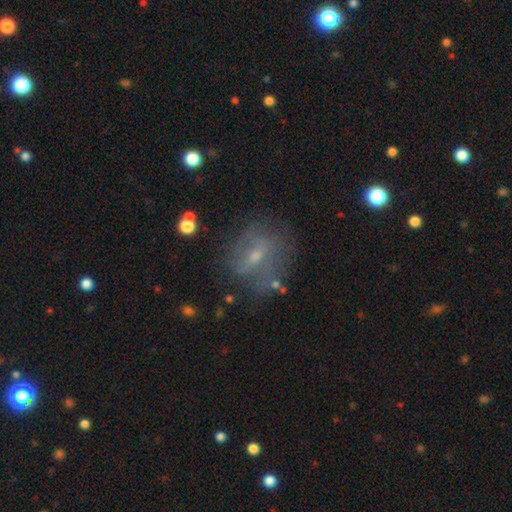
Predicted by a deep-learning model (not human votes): A featured or disk galaxy (48%).

Vote fractions:
- Smooth or featured? featured or disk: 48% / smooth: 36% / star or artifact: 17%
- Merging? none: 65% / minor disturbance: 19% / major disturbance: 12% / merger: 4%